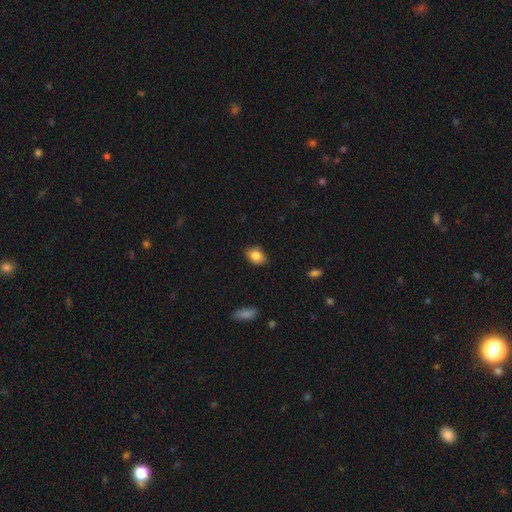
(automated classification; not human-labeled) Morphology: type=smooth (85%); roundness=in between (76%); merging=none (83%).